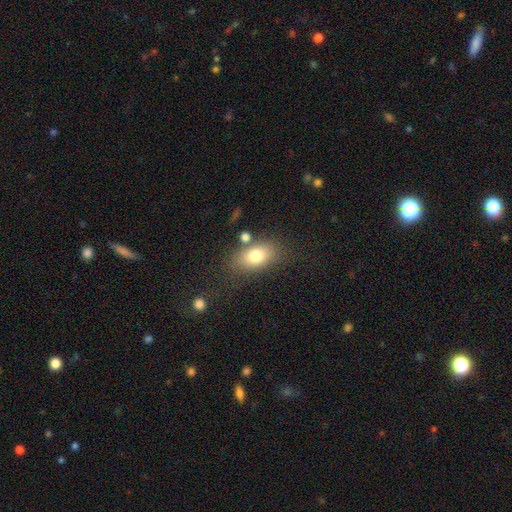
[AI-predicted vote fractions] Q: Smooth or featured?
A: smooth (78%); runner-up: featured or disk (14%)
Q: How rounded?
A: in between (85%); runner-up: round (12%)
Q: Merging?
A: none (70%); runner-up: minor disturbance (15%)